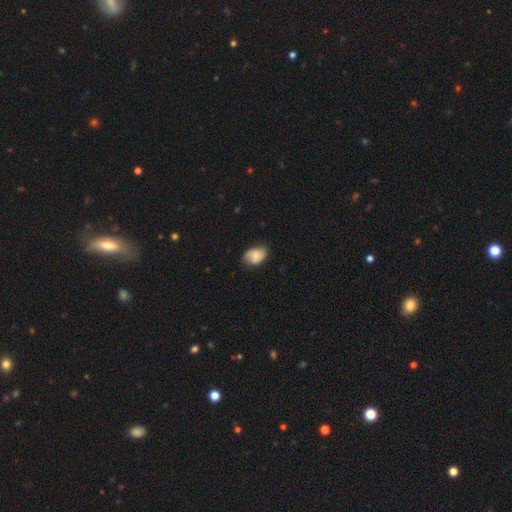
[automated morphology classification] Smooth or featured: smooth — 60% (featured or disk — 32%)
How rounded: in between — 80% (round — 19%)
Merging: none — 64% (minor disturbance — 29%)